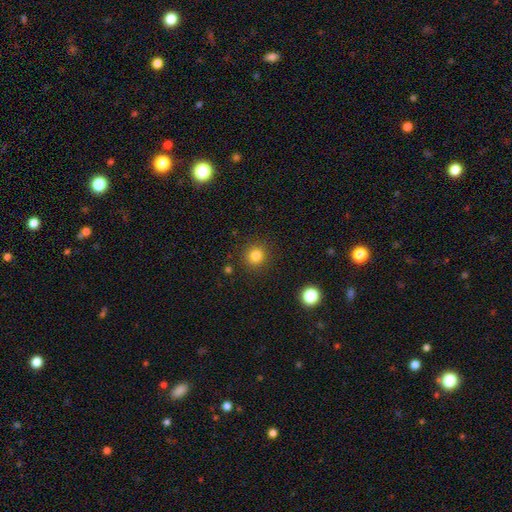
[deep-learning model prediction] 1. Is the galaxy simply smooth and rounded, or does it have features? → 82% smooth, 13% star or artifact, 5% featured or disk.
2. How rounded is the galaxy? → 90% round, 10% in between, 1% cigar-shaped.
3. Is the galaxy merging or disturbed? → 89% none, 7% minor disturbance, 3% major disturbance, 2% merger.